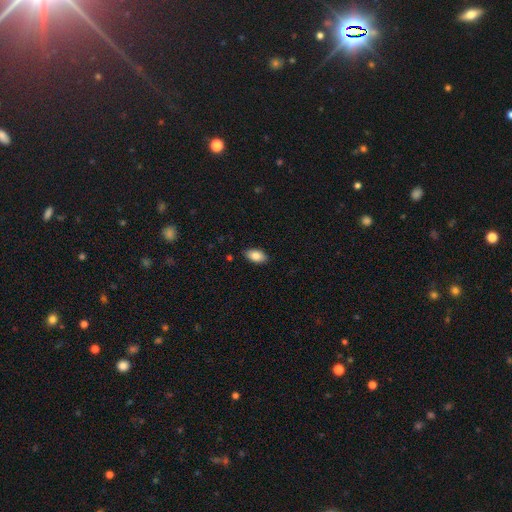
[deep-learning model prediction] Smooth or featured?
  - smooth: 84% *
  - featured or disk: 8%
  - star or artifact: 7%
How rounded?
  - in between: 93% *
  - round: 4%
  - cigar-shaped: 3%
Merging?
  - none: 88% *
  - minor disturbance: 9%
  - major disturbance: 2%
  - merger: 1%